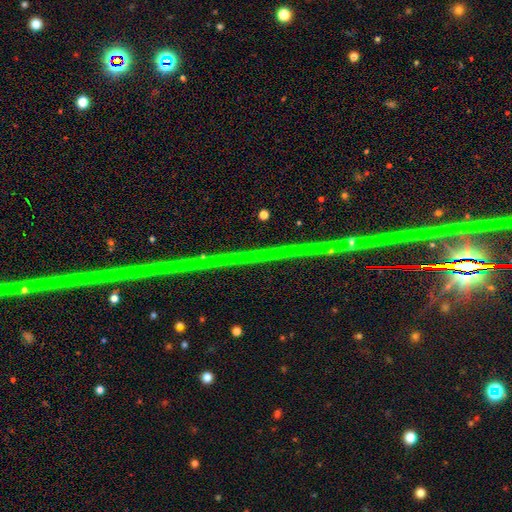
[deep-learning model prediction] Smooth or featured? Predicted: star or artifact (p=0.88).